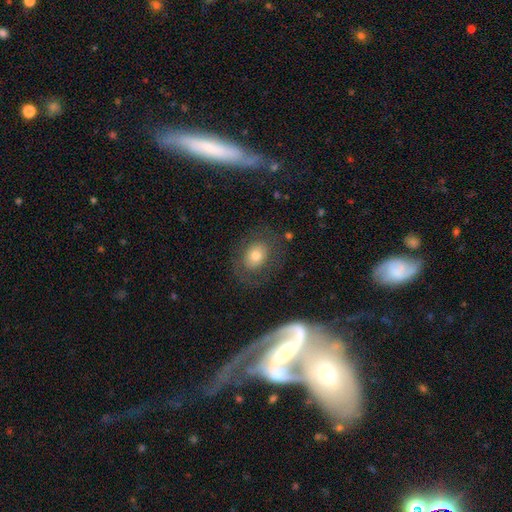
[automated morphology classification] Smooth or featured? smooth (59%)
How rounded? in between (52%)
Merging? none (72%)